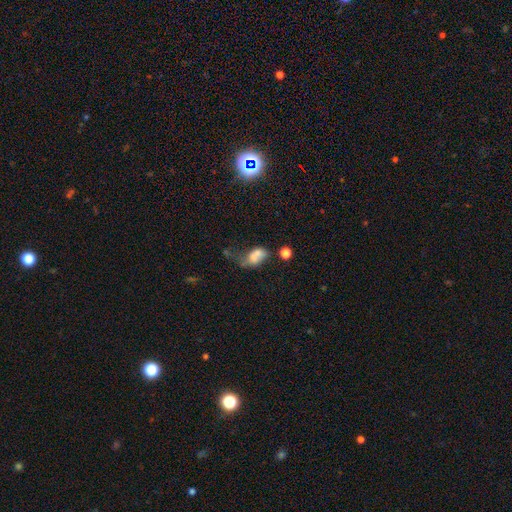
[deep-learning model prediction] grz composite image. It shows a smooth galaxy with no disk features (60%) that is in between round and cigar-shaped (80%). Merging: major disturbance (34%).